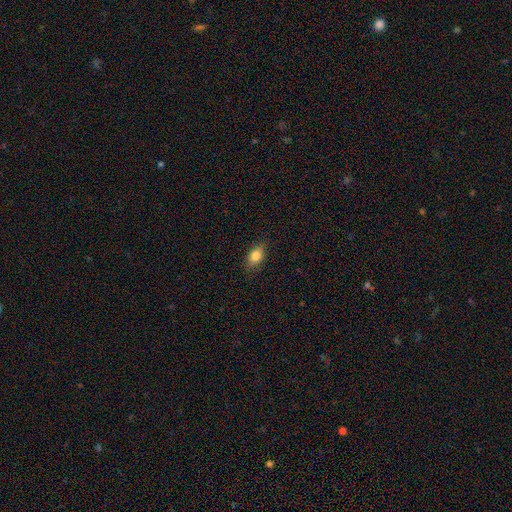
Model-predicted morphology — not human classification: type=smooth (83%); roundness=in between (81%); merging=none (84%).